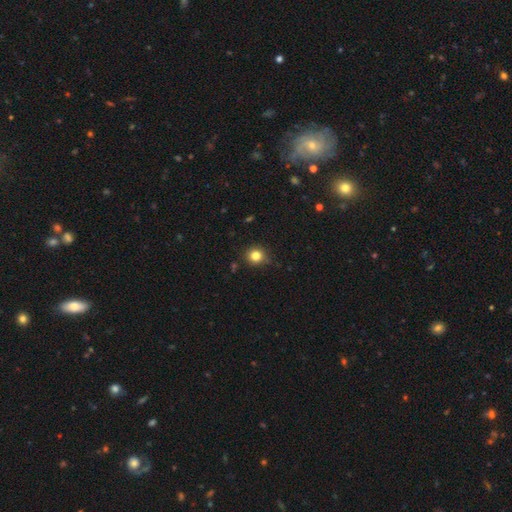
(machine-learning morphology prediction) A smooth galaxy with no disk features (82%) that is round (87%).

Vote fractions:
- Smooth or featured? smooth: 82% / star or artifact: 12% / featured or disk: 6%
- How rounded? round: 87% / in between: 12% / cigar-shaped: 1%
- Merging? none: 86% / minor disturbance: 11% / major disturbance: 2% / merger: 2%